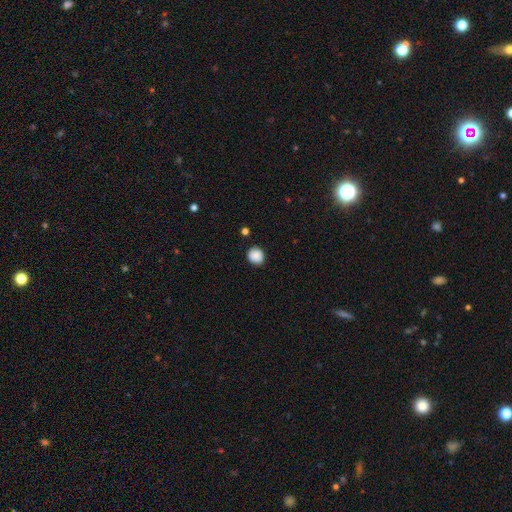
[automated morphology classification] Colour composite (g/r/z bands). It shows a smooth galaxy with no disk features (88%) that is round (84%). Merging: none (86%).